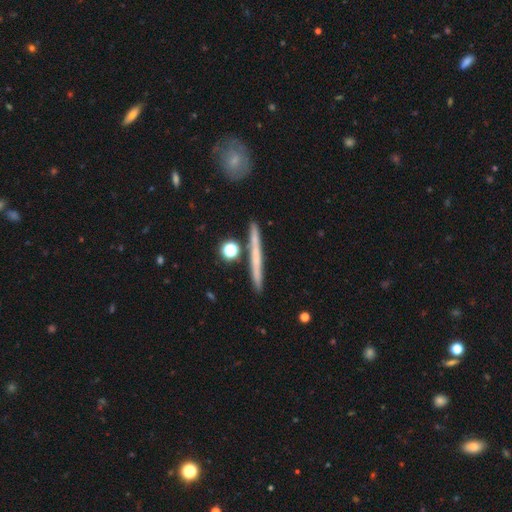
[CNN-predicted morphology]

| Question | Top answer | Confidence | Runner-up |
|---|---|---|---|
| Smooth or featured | featured or disk | 47% | smooth (46%) |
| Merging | none | 88% | minor disturbance (7%) |